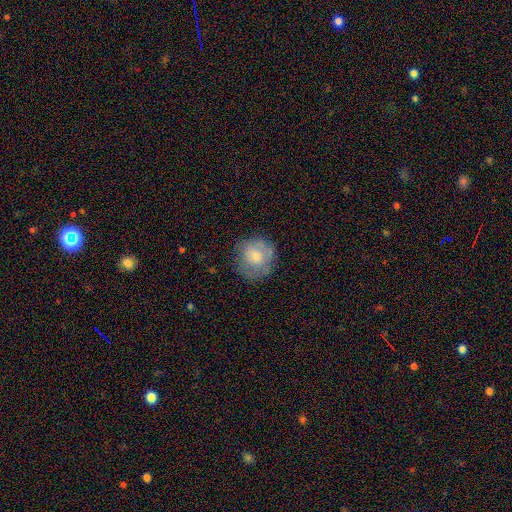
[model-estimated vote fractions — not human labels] smooth-or-featured: smooth: 65% | featured or disk: 27% | star or artifact: 8%
  how-rounded: round: 86% | in between: 13% | cigar-shaped: 1%
  merging: none: 65% | minor disturbance: 22% | major disturbance: 11% | merger: 1%